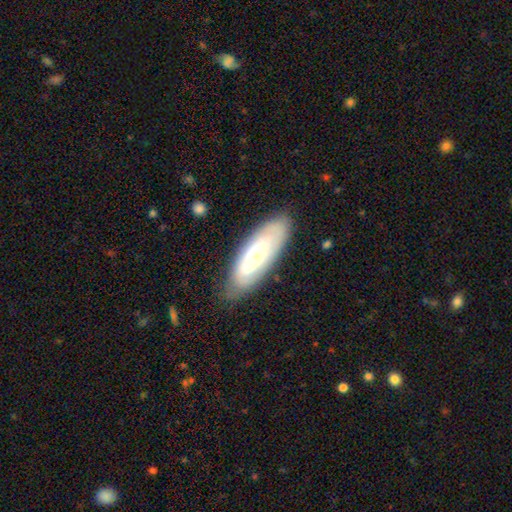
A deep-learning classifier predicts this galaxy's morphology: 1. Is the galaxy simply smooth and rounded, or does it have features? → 49% featured or disk, 45% smooth, 6% star or artifact.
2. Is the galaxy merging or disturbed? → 78% none, 16% minor disturbance, 4% major disturbance, 1% merger.